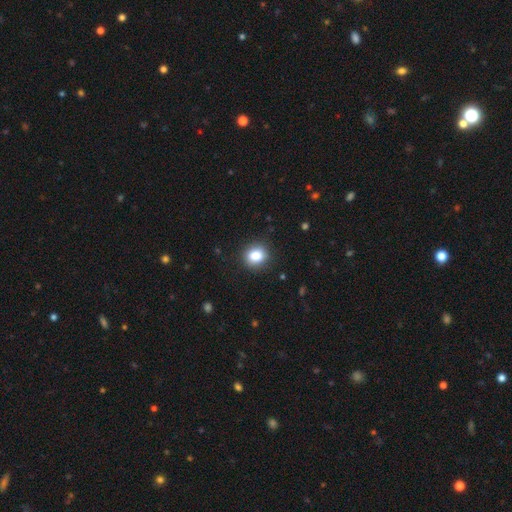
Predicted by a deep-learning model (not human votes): Smooth or featured: smooth — 84% (star or artifact — 10%)
How rounded: round — 72% (in between — 27%)
Merging: none — 89% (minor disturbance — 8%)